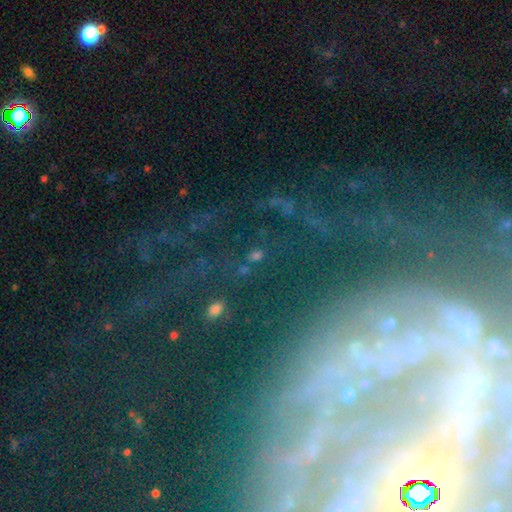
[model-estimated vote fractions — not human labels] Smooth or featured: featured or disk — 53% (star or artifact — 32%)
Edge-on disk: no — 88% (yes — 12%)
Merging: none — 58% (major disturbance — 18%)